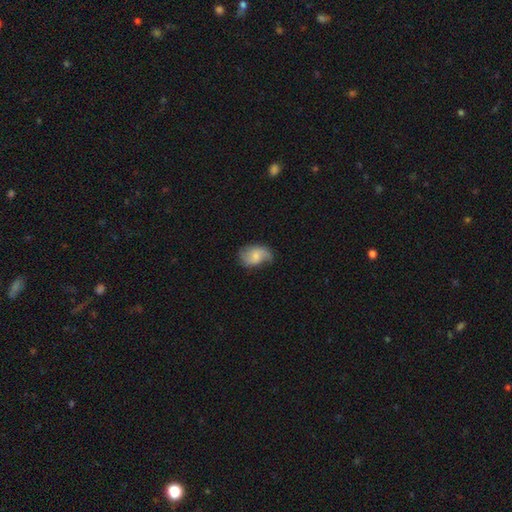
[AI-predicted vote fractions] featured or disk 48%, smooth 44%, star or artifact 8%. Down the decision tree: merging — none (61%).